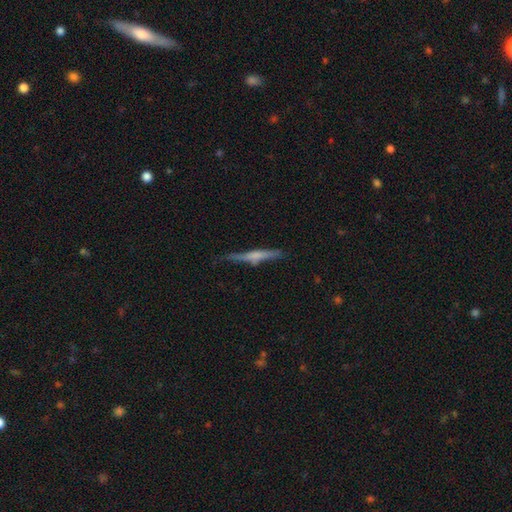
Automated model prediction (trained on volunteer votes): featured or disk 53%, smooth 41%, star or artifact 6%. Down the decision tree: edge-on disk — yes (96%); edge-on bulge — rounded (46%); merging — none (75%).